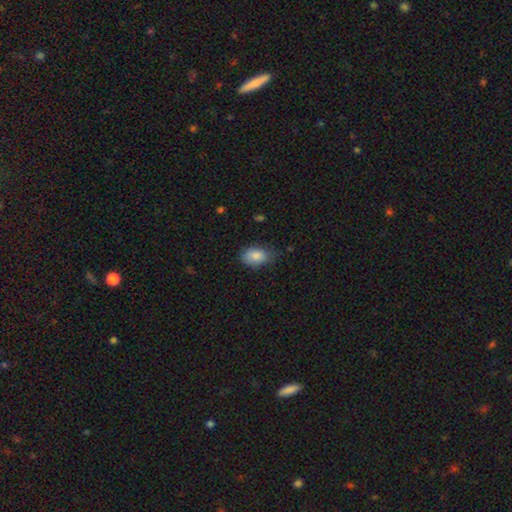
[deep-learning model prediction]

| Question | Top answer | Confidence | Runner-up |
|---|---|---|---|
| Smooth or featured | smooth | 86% | star or artifact (8%) |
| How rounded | in between | 89% | round (9%) |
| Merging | none | 65% | minor disturbance (28%) |